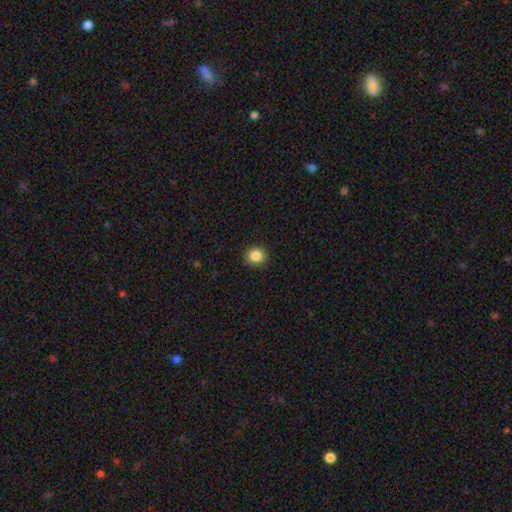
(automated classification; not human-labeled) A smooth galaxy with no disk features (86%) that is round (72%). Merging: none (90%).